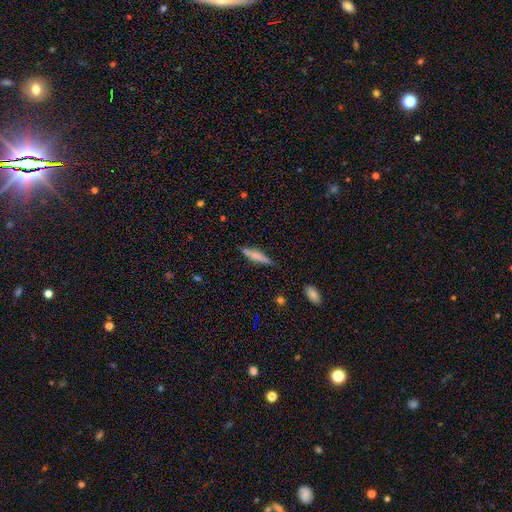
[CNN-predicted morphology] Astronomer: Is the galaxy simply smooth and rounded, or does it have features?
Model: smooth — 62%.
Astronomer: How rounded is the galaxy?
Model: cigar-shaped — 85%.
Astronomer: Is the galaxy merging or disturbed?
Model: none — 82%.